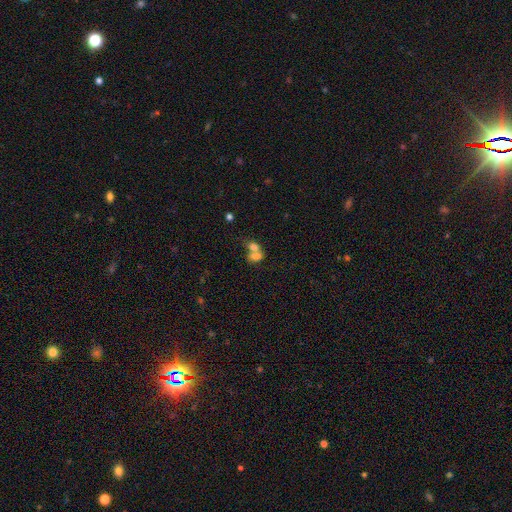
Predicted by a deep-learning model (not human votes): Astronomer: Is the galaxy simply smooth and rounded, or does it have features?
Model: smooth — 72%.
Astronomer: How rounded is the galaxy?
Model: in between — 72%.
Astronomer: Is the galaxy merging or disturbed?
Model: merger — 71%.